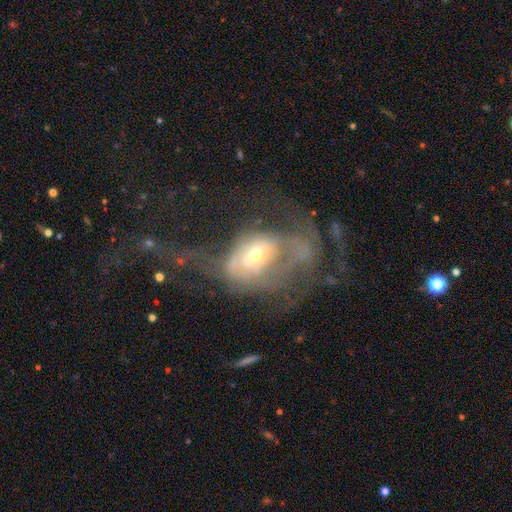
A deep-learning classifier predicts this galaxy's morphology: This appears to be a featured or disk galaxy (61%) with no bar (67%), no spiral arms (59%) and a moderate central bulge (50%). Merging: major disturbance (62%).